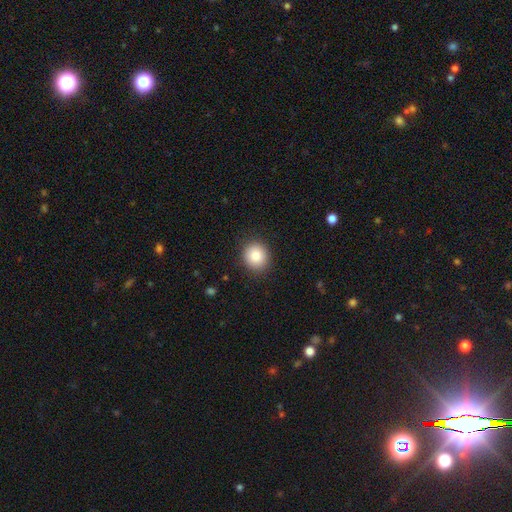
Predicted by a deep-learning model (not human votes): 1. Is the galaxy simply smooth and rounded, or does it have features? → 84% smooth, 9% star or artifact, 7% featured or disk.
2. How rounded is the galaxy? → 83% round, 16% in between, 1% cigar-shaped.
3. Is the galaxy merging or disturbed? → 89% none, 8% minor disturbance, 2% major disturbance, 1% merger.